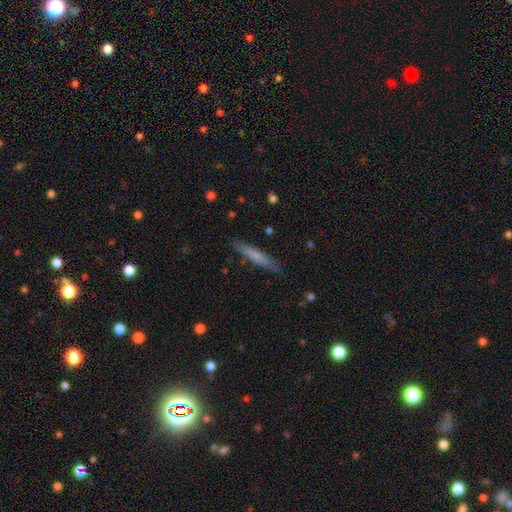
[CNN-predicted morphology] The model was most divided on "smooth or featured": smooth: 68%, featured or disk: 26%, star or artifact: 6%. More confident: how rounded — cigar-shaped (94%); merging — none (85%).